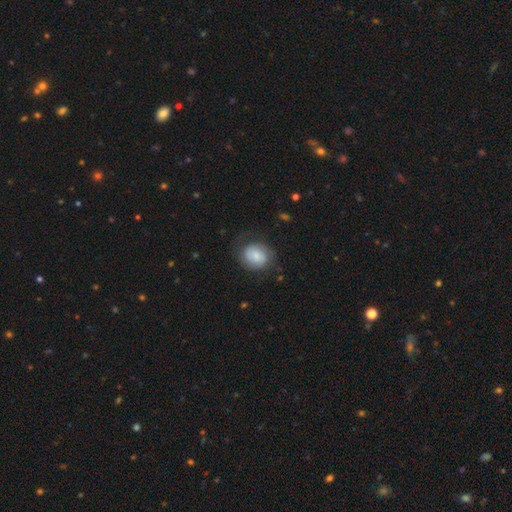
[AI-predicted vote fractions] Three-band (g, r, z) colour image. It shows a smooth galaxy with no disk features (65%) that is round (67%). Merging: none (66%).